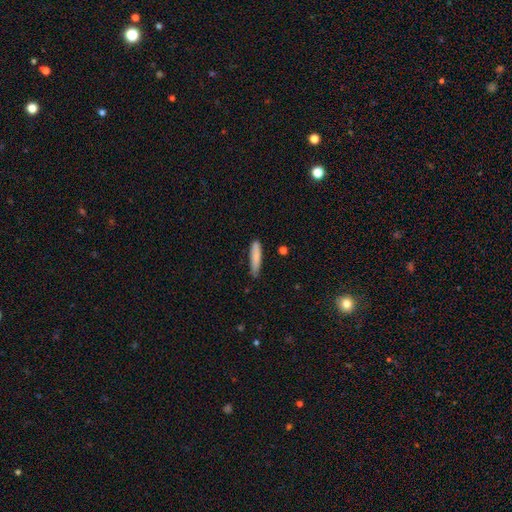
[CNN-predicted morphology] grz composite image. It shows a smooth galaxy with no disk features (84%) that is cigar-shaped (85%). Merging: none (75%).